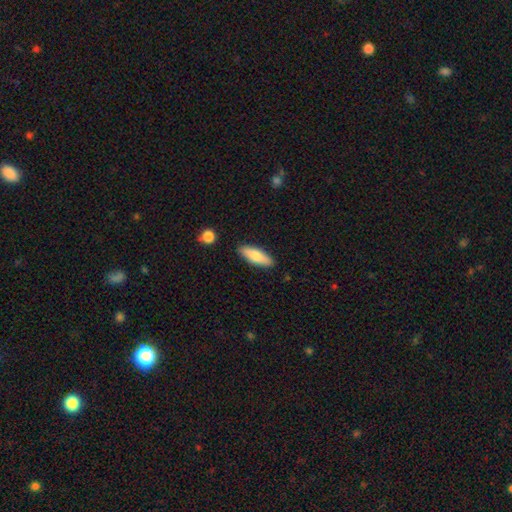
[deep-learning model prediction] Smooth or featured: smooth — 77% (featured or disk — 17%)
How rounded: in between — 57% (cigar-shaped — 41%)
Merging: none — 87% (minor disturbance — 9%)